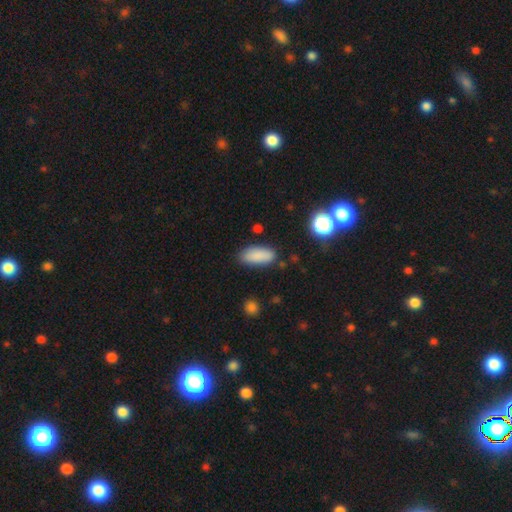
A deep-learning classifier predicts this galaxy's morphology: smooth 87%, star or artifact 8%, featured or disk 5%. Down the decision tree: how rounded — in between (80%); merging — none (81%).